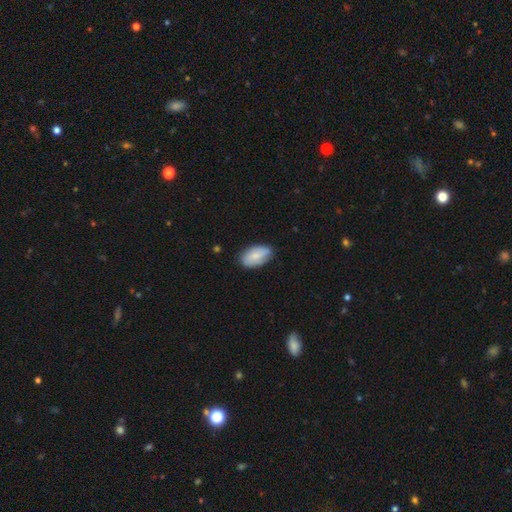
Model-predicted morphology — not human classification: type=smooth (75%); roundness=in between (94%); merging=none (76%).